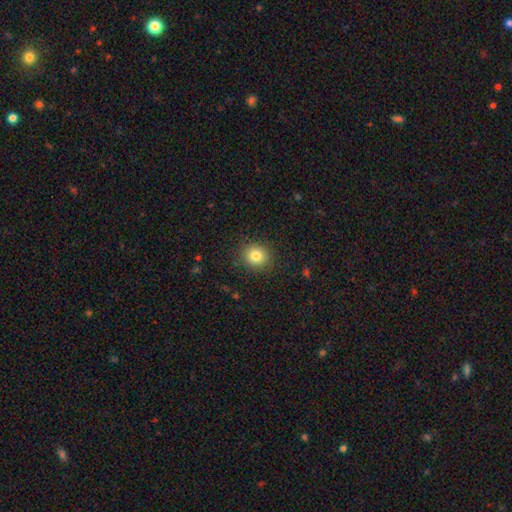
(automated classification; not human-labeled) Smooth or featured: smooth — 82% (star or artifact — 11%)
How rounded: round — 86% (in between — 13%)
Merging: none — 89% (minor disturbance — 7%)